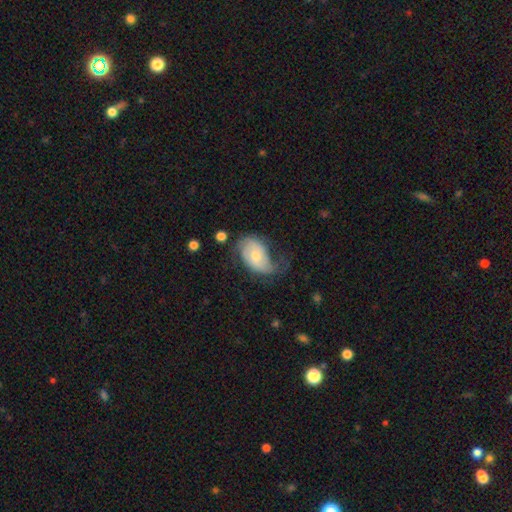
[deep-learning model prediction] smooth_or_featured: featured or disk (p=0.60) [alt: smooth p=0.34]
disk_edge_on: no (p=0.96) [alt: yes p=0.04]
bar: no (p=0.64) [alt: weak p=0.30]
has_spiral_arms: yes (p=0.83) [alt: no p=0.17]
bulge_size: moderate (p=0.57) [alt: small p=0.33]
merging: none (p=0.39) [alt: minor disturbance p=0.31]